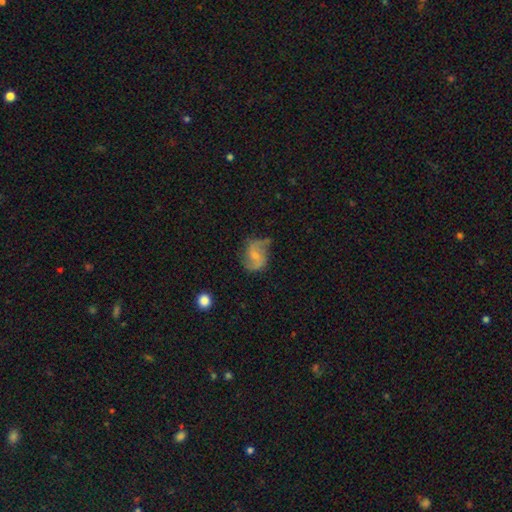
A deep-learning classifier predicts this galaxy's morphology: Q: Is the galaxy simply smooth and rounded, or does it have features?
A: featured or disk — 71%.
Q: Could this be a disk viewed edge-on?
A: no — 97%.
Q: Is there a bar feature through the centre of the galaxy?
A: no — 44%, tied with weak.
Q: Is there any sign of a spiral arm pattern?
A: yes — 91%.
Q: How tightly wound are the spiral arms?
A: loose — 49%.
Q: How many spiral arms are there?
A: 2 — 89%.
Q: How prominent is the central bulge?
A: small — 59%.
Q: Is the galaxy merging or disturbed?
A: none — 62%.